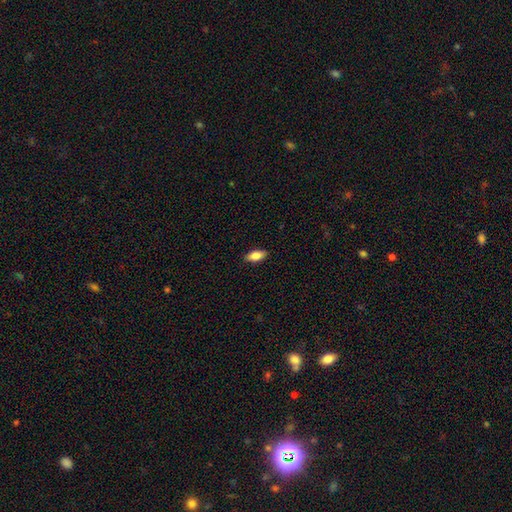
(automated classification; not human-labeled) Smooth or featured? smooth (80%)
How rounded? in between (87%)
Merging? none (88%)